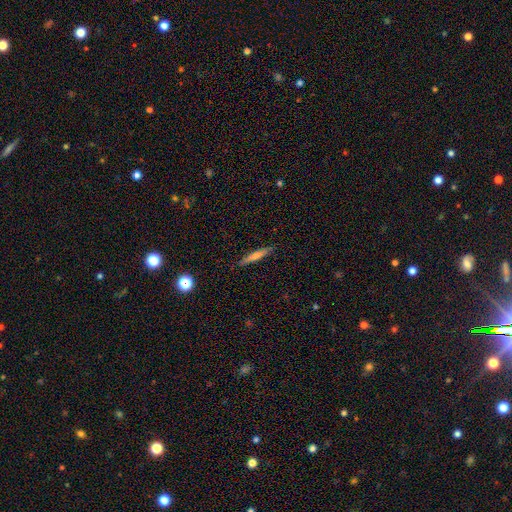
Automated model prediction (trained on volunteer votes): Morphology: type=smooth (54%); roundness=cigar-shaped (93%); merging=none (89%).